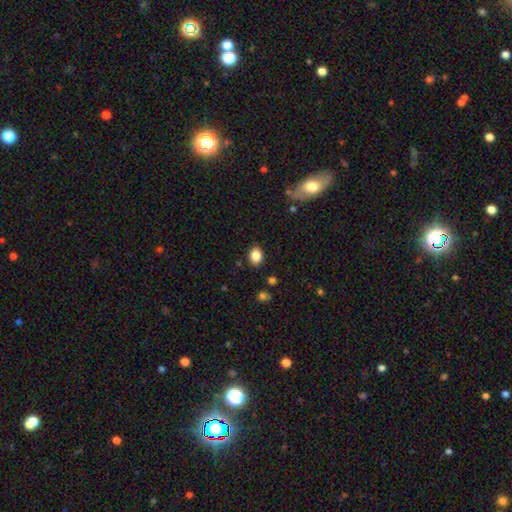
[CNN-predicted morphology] smooth_or_featured: smooth (p=0.85) [alt: star or artifact p=0.09]
how_rounded: in between (p=0.70) [alt: round p=0.29]
merging: none (p=0.87) [alt: minor disturbance p=0.09]